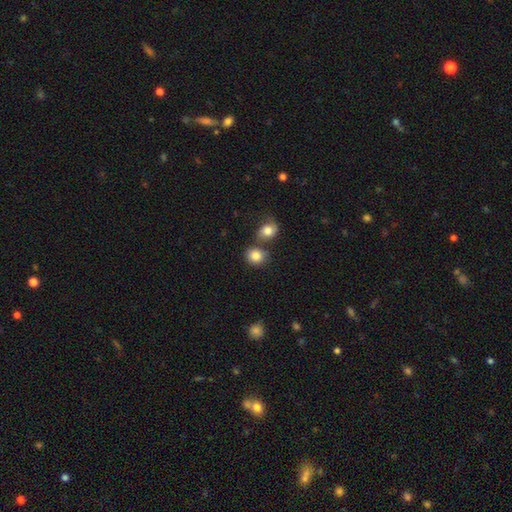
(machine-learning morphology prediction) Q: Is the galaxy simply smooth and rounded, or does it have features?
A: smooth — 83%.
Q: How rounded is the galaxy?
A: round — 70%.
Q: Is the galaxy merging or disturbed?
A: none — 53%.